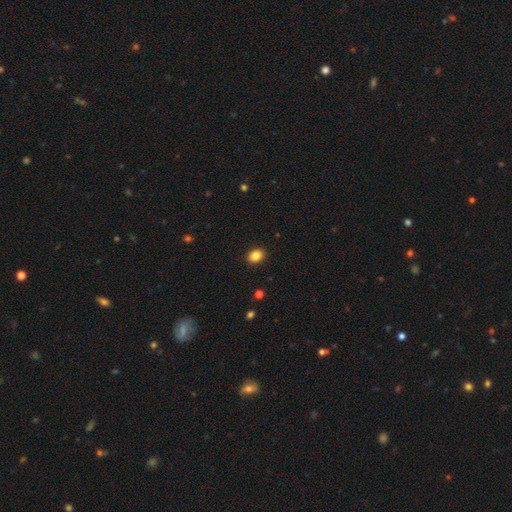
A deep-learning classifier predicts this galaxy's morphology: Q: Smooth or featured?
A: smooth (85%); runner-up: star or artifact (10%)
Q: How rounded?
A: in between (61%); runner-up: round (38%)
Q: Merging?
A: none (91%); runner-up: minor disturbance (7%)